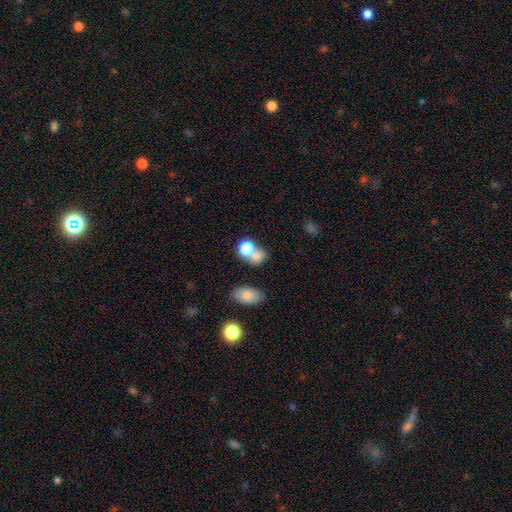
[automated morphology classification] Overall: smooth (77%). How rounded: round (54%; in between 44%). Merging: merger (49%; none 36%).